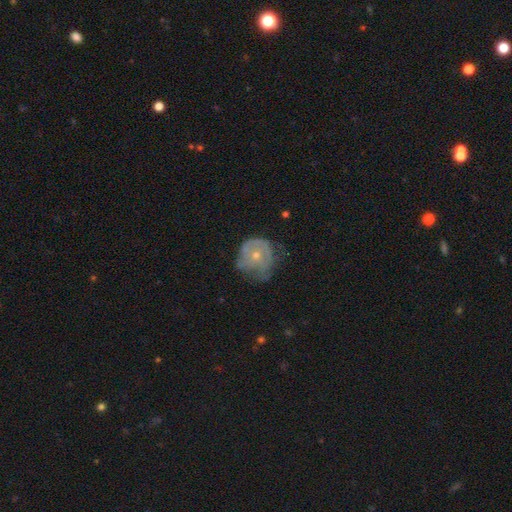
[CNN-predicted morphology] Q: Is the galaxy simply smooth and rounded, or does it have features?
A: featured or disk — 55%.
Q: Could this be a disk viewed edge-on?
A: no — 97%.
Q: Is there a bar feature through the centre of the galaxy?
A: no — 87%.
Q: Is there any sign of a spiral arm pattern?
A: yes — 54%.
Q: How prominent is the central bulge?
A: small — 58%.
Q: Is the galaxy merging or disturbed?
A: none — 39%.